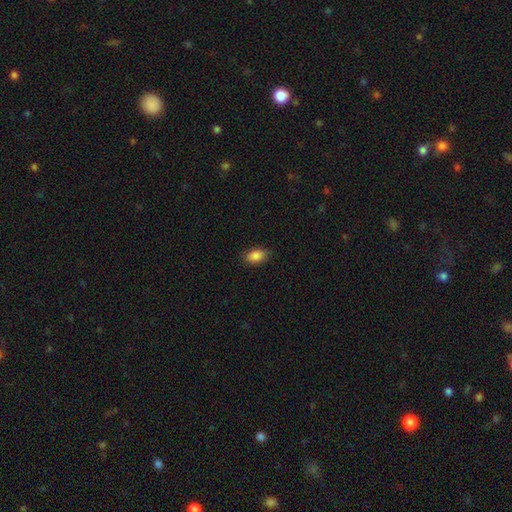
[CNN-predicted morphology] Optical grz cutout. It shows a smooth galaxy with no disk features (87%) that is in between round and cigar-shaped (90%). Merging: none (86%).